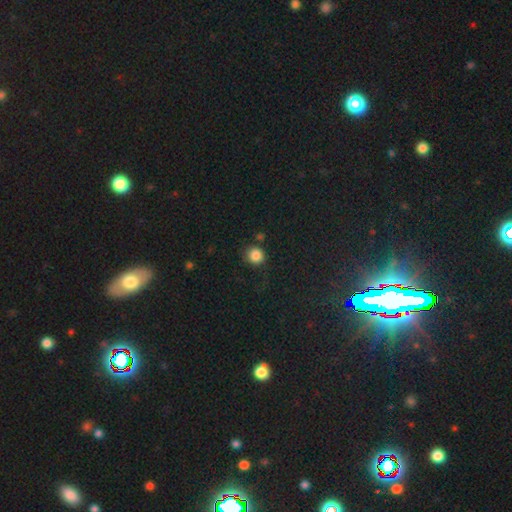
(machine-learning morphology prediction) The model was most divided on "merging": none: 77%, minor disturbance: 13%, major disturbance: 5%, merger: 5%. More confident: how rounded — round (89%); smooth or featured — smooth (85%).